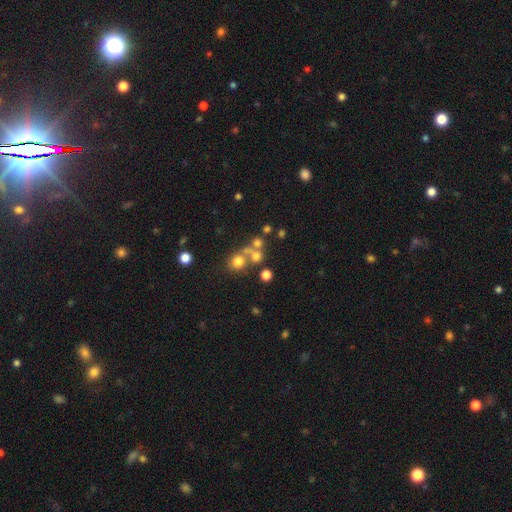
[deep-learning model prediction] smooth_or_featured: smooth (p=0.62) [alt: star or artifact p=0.21]
how_rounded: round (p=0.86) [alt: in between p=0.13]
merging: none (p=0.48) [alt: merger p=0.38]